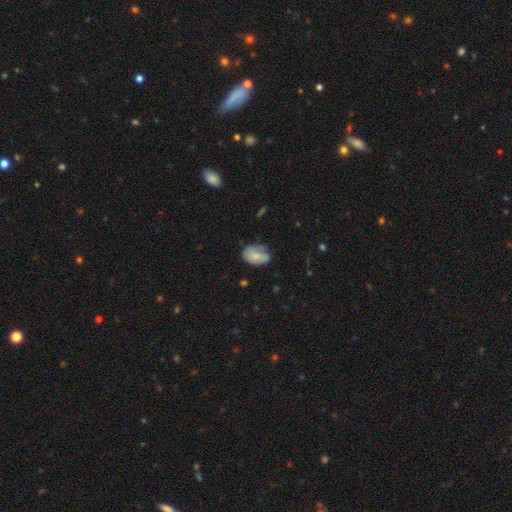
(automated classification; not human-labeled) smooth-or-featured: smooth: 61% | featured or disk: 32% | star or artifact: 8%
  how-rounded: in between: 82% | round: 16% | cigar-shaped: 1%
  merging: none: 48% | minor disturbance: 36% | major disturbance: 14% | merger: 3%